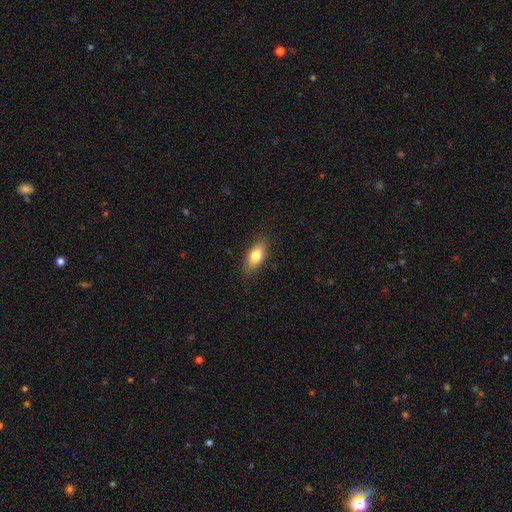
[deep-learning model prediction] Overall: smooth (77%). How rounded: in between (82%). Merging: none (85%).